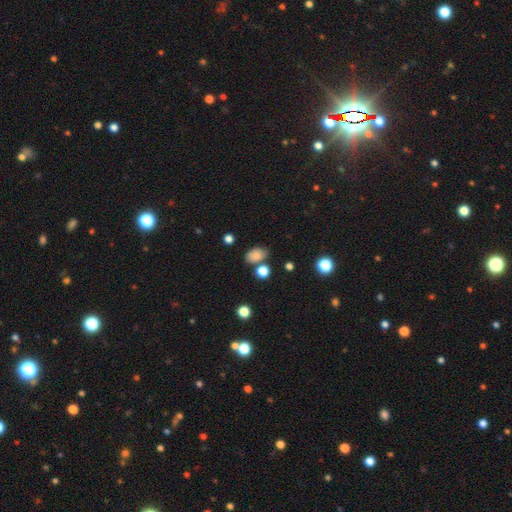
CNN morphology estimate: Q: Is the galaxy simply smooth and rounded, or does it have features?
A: smooth — 81%.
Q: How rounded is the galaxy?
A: in between — 82%.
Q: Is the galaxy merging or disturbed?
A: none — 65%.